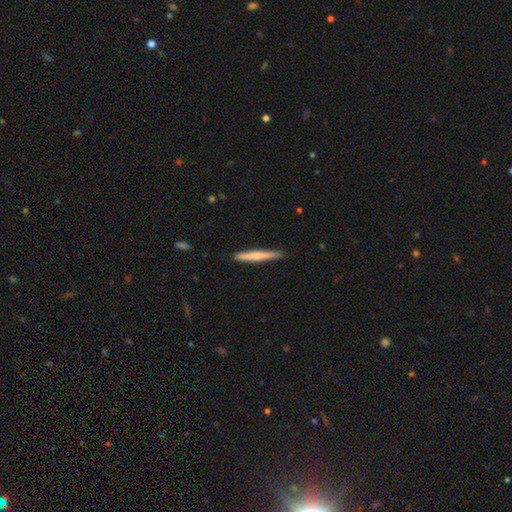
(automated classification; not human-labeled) This is possibly a smooth galaxy (58%). How rounded: clearly cigar-shaped (96%). Merging: clearly none (89%).